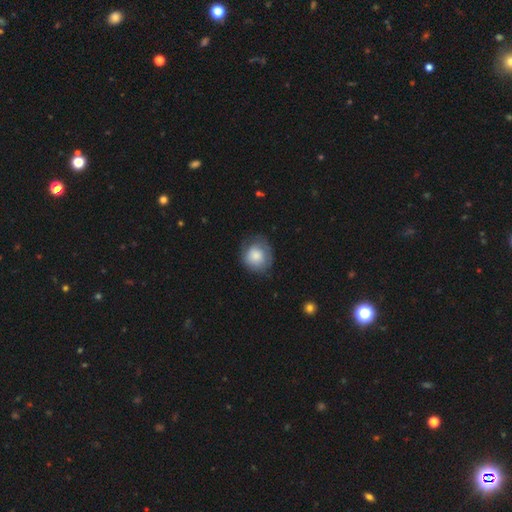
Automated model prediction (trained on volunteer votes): Smooth or featured? smooth (76%)
How rounded? round (82%)
Merging? none (65%)